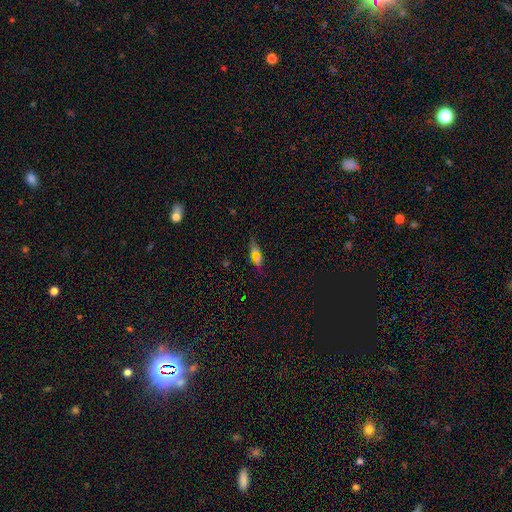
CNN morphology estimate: Smooth or featured?
  - smooth: 52% *
  - star or artifact: 26%
  - featured or disk: 21%
How rounded?
  - in between: 58% *
  - cigar-shaped: 32%
  - round: 9%
Merging?
  - none: 67% *
  - minor disturbance: 16%
  - merger: 10%
  - major disturbance: 7%